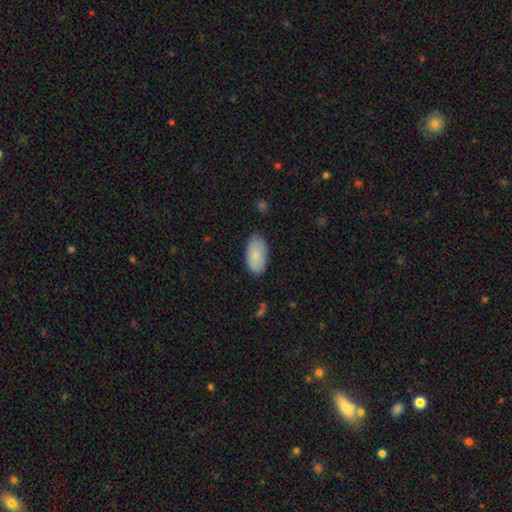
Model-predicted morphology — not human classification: The model was most divided on "merging": none: 80%, minor disturbance: 16%, major disturbance: 3%, merger: 1%. More confident: how rounded — in between (95%); smooth or featured — smooth (84%).